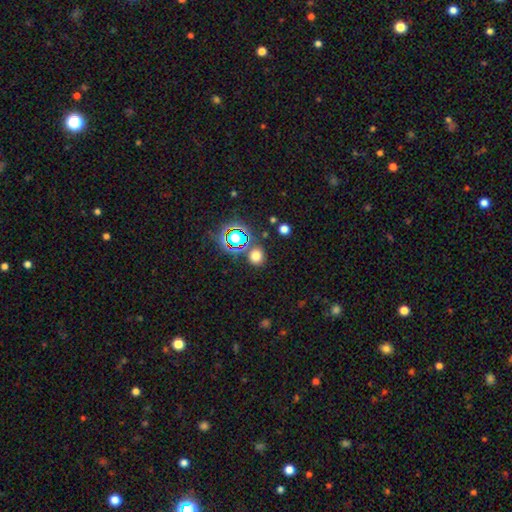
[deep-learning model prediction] This is likely a smooth galaxy (68%). How rounded: likely round (79%). Merging: clearly none (81%).